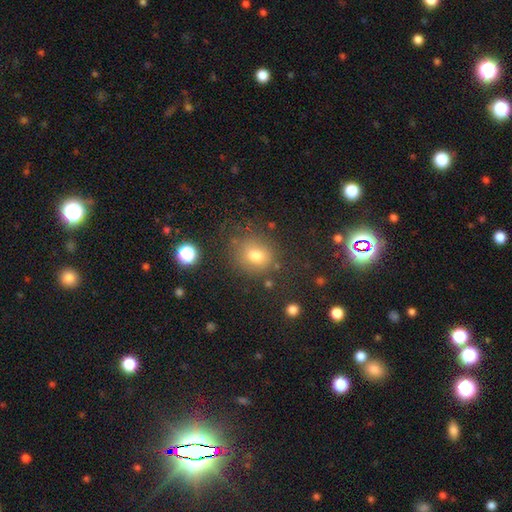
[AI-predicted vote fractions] This is likely a smooth galaxy (74%). How rounded: likely round (66%). Merging: likely none (72%).